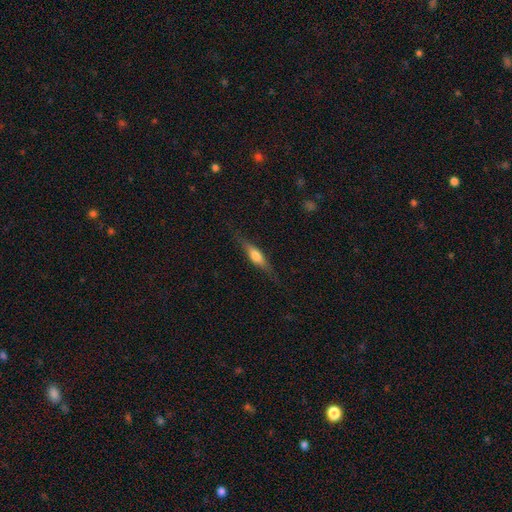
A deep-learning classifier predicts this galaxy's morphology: smooth_or_featured: featured or disk (p=0.47) [alt: smooth p=0.46]
merging: none (p=0.81) [alt: minor disturbance p=0.14]